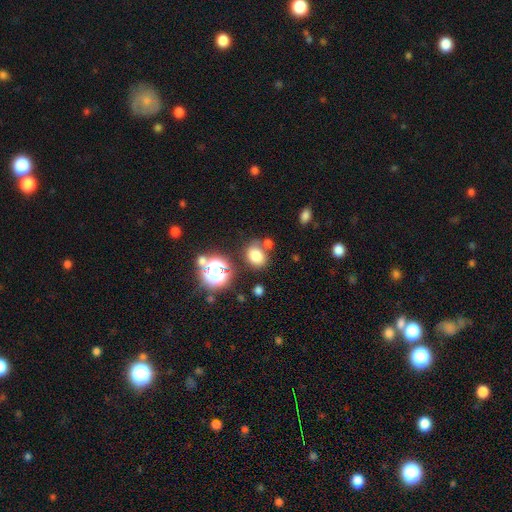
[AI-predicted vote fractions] Smooth or featured: smooth — 75% (star or artifact — 17%)
How rounded: round — 53% (in between — 46%)
Merging: none — 71% (minor disturbance — 14%)